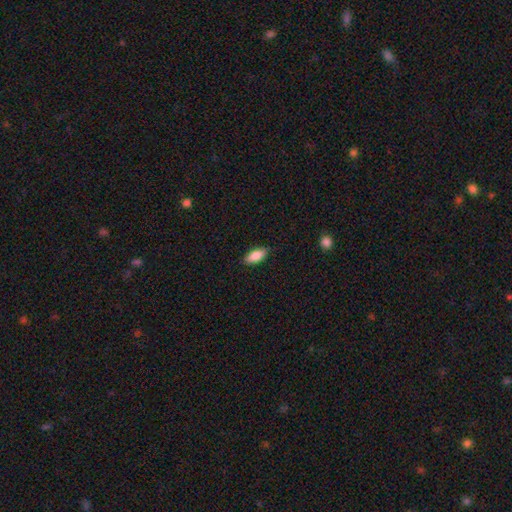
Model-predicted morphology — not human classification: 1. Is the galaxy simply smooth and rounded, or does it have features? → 86% smooth, 8% featured or disk, 6% star or artifact.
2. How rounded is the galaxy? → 83% in between, 15% cigar-shaped, 2% round.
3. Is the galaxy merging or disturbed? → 84% none, 12% minor disturbance, 2% major disturbance, 1% merger.